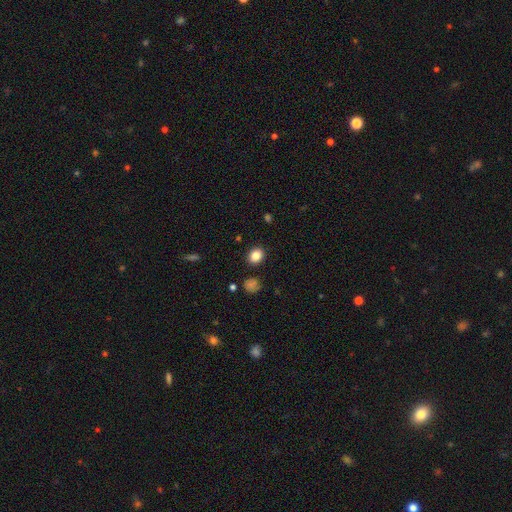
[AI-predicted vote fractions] Smooth or featured?
  - smooth: 85% *
  - star or artifact: 10%
  - featured or disk: 5%
How rounded?
  - round: 55% *
  - in between: 44%
  - cigar-shaped: 1%
Merging?
  - none: 88% *
  - minor disturbance: 8%
  - major disturbance: 2%
  - merger: 2%